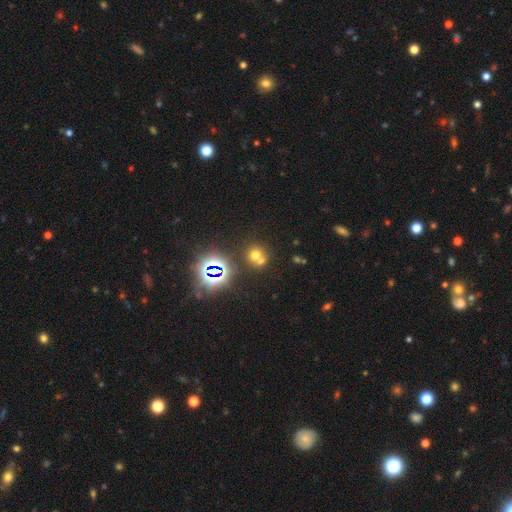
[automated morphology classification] The model was most divided on "merging": none: 48%, merger: 41%, minor disturbance: 7%, major disturbance: 3%. More confident: how rounded — round (85%); smooth or featured — smooth (56%).